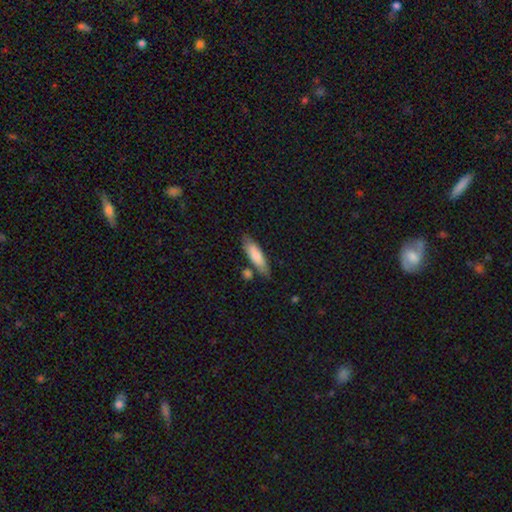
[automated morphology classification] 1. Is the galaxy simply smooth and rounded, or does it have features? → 79% smooth, 16% featured or disk, 5% star or artifact.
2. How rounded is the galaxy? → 57% cigar-shaped, 41% in between, 2% round.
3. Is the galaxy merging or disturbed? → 73% none, 15% minor disturbance, 8% merger, 3% major disturbance.